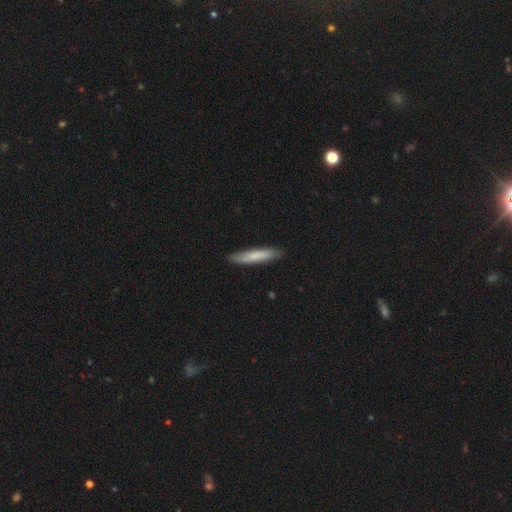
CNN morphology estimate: Smooth or featured?
  - smooth: 78% *
  - featured or disk: 17%
  - star or artifact: 5%
How rounded?
  - cigar-shaped: 89% *
  - in between: 10%
  - round: 1%
Merging?
  - none: 87% *
  - minor disturbance: 11%
  - major disturbance: 2%
  - merger: 1%